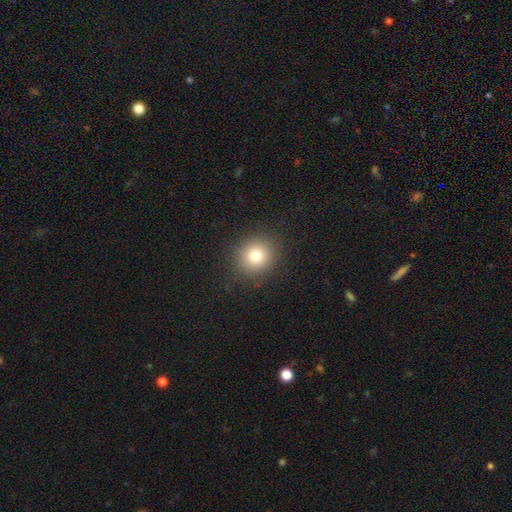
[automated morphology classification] This appears to be a smooth galaxy with no disk features (78%) that is round (87%). Merging: none (89%).